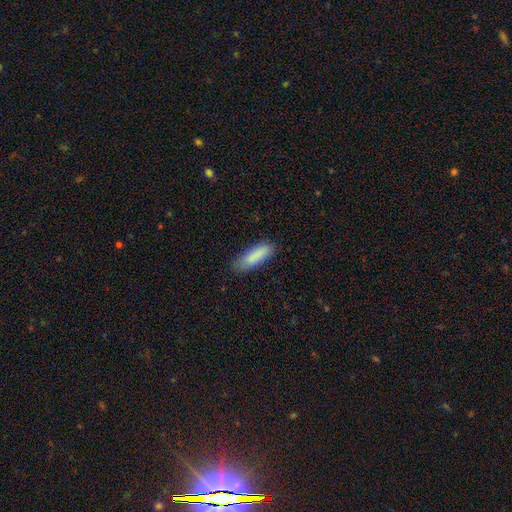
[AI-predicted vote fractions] smooth-or-featured: smooth: 87% | featured or disk: 7% | star or artifact: 6%
  how-rounded: in between: 51% | cigar-shaped: 48% | round: 1%
  merging: none: 80% | minor disturbance: 16% | major disturbance: 3% | merger: 1%